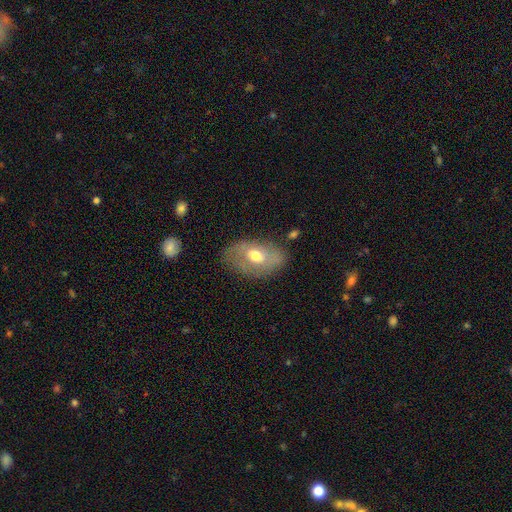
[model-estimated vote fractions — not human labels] Smooth or featured? smooth (49%)
Merging? none (69%)